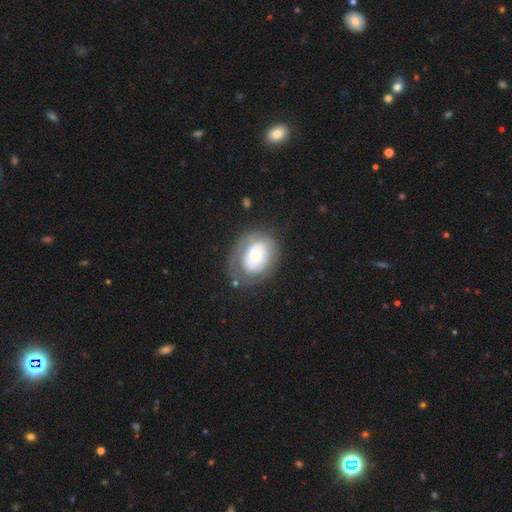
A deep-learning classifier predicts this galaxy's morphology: Smooth or featured? featured or disk (55%)
Edge-on disk? no (95%)
Bar? no (84%)
Spiral arms? no (71%)
Bulge size? moderate (65%)
Merging? none (61%)